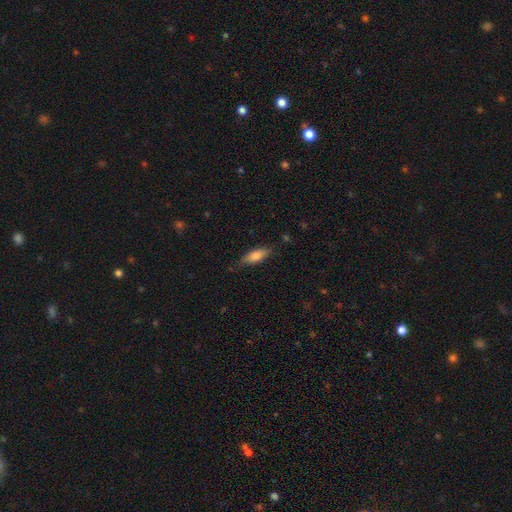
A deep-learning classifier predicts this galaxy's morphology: Smooth or featured?
  - smooth: 76% *
  - featured or disk: 17%
  - star or artifact: 7%
How rounded?
  - in between: 61% *
  - cigar-shaped: 37%
  - round: 2%
Merging?
  - none: 76% *
  - minor disturbance: 18%
  - major disturbance: 4%
  - merger: 2%